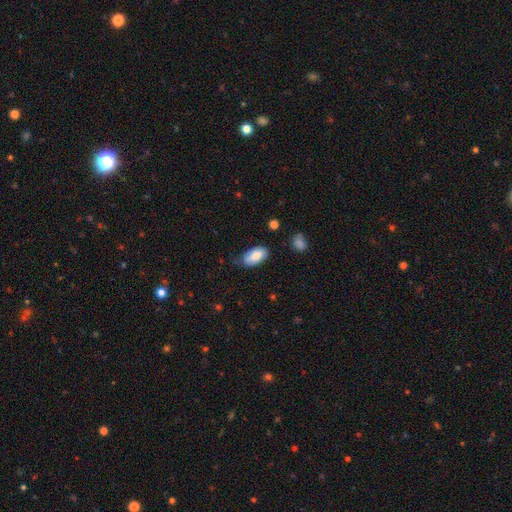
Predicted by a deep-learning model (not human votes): This appears to be a smooth galaxy with no disk features (79%) that is in between round and cigar-shaped (94%). Merging: none (67%).